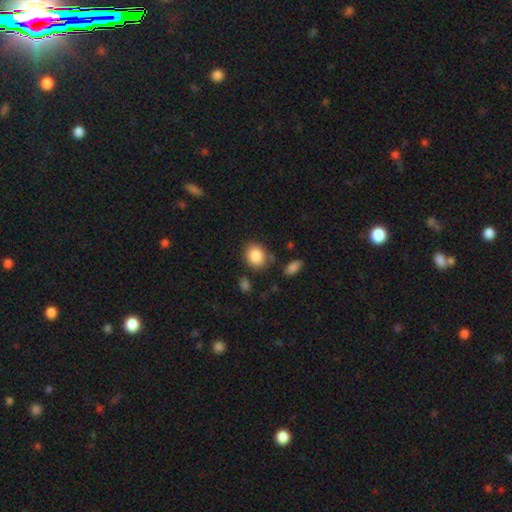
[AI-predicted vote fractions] smooth 87%, star or artifact 8%, featured or disk 5%. Down the decision tree: how rounded — round (60%); merging — none (77%).